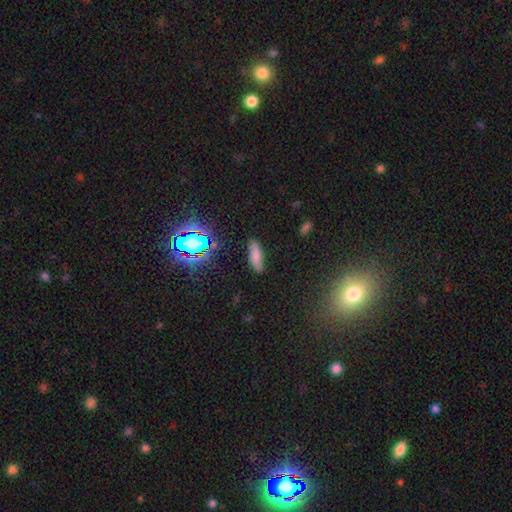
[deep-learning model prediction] Smooth or featured: smooth — 67% (featured or disk — 19%)
How rounded: cigar-shaped — 52% (in between — 45%)
Merging: none — 80% (minor disturbance — 14%)